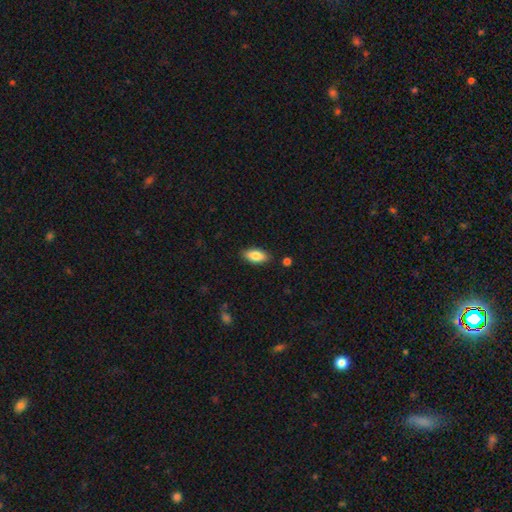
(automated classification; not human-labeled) Smooth or featured: smooth — 82% (featured or disk — 11%)
How rounded: in between — 88% (cigar-shaped — 9%)
Merging: none — 86% (minor disturbance — 10%)